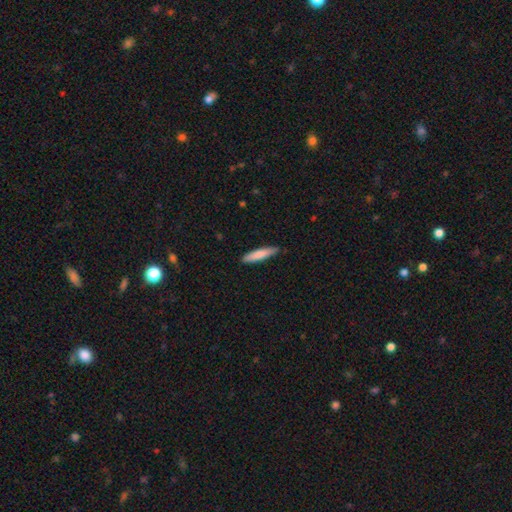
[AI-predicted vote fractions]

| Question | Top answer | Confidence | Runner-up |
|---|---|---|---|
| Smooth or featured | smooth | 78% | featured or disk (16%) |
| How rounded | cigar-shaped | 87% | in between (11%) |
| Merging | none | 87% | minor disturbance (11%) |